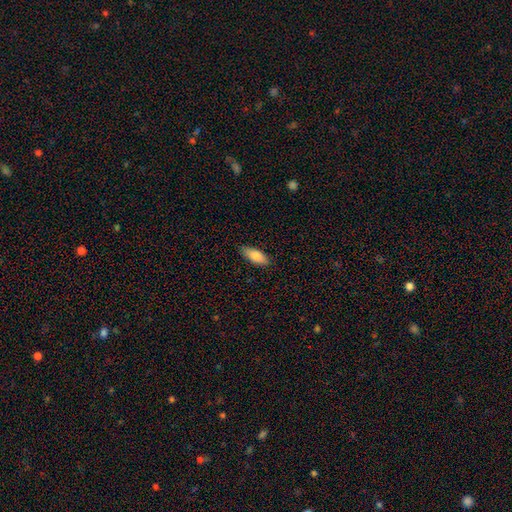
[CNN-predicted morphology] A smooth galaxy with no disk features (82%) that is in between round and cigar-shaped (78%).

Vote fractions:
- Smooth or featured? smooth: 82% / featured or disk: 11% / star or artifact: 6%
- How rounded? in between: 78% / cigar-shaped: 20% / round: 2%
- Merging? none: 87% / minor disturbance: 10% / major disturbance: 2% / merger: 1%